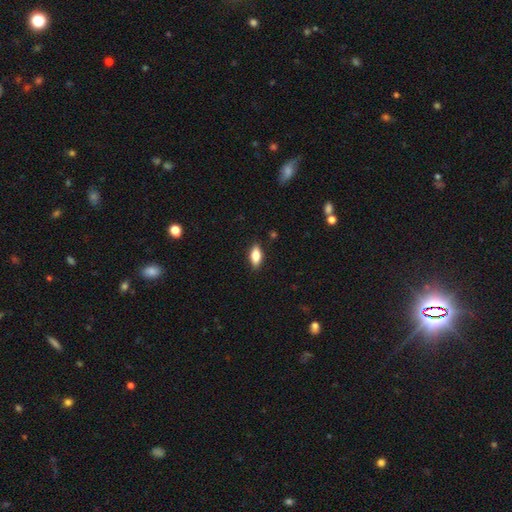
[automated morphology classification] The model was most divided on "smooth or featured": smooth: 79%, featured or disk: 13%, star or artifact: 7%. More confident: merging — none (86%); how rounded — in between (82%).